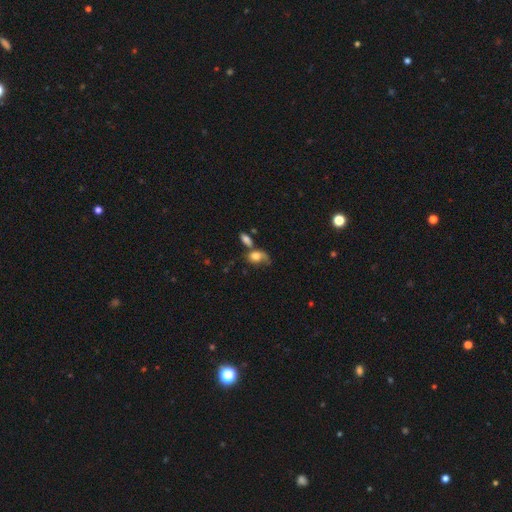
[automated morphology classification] This appears to be a smooth galaxy with no disk features (64%) that is in between round and cigar-shaped (67%). Merging: merger (33%).